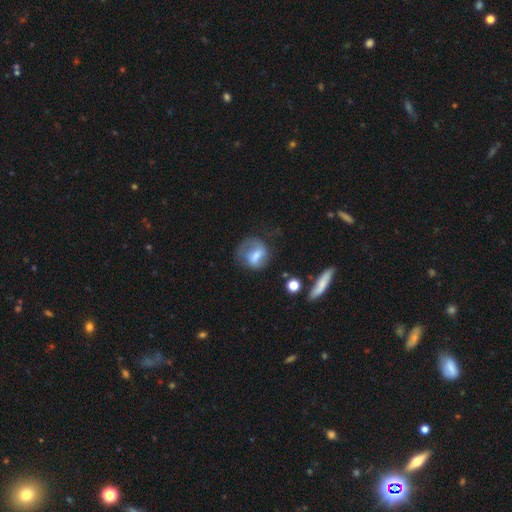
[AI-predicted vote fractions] The model was most divided on "how rounded": round: 52%, in between: 45%, cigar-shaped: 3%. Remaining: smooth or featured — smooth (55%); merging — none (45%).